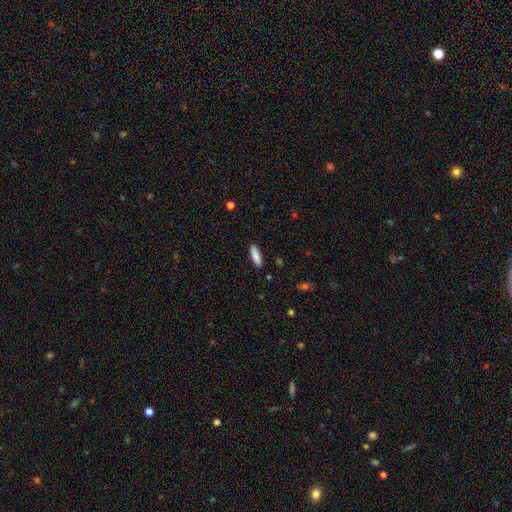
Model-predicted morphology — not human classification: smooth-or-featured: smooth: 86% | featured or disk: 8% | star or artifact: 6%
  how-rounded: cigar-shaped: 56% | in between: 42% | round: 2%
  merging: none: 88% | minor disturbance: 8% | major disturbance: 2% | merger: 1%